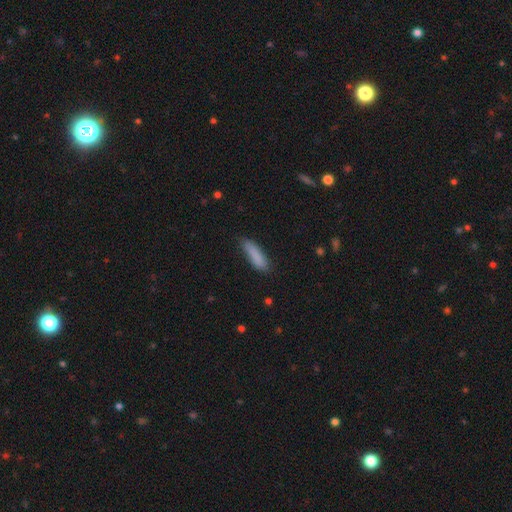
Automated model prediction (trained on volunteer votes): A smooth galaxy with no disk features (86%) that is cigar-shaped (67%). Merging: none (76%).